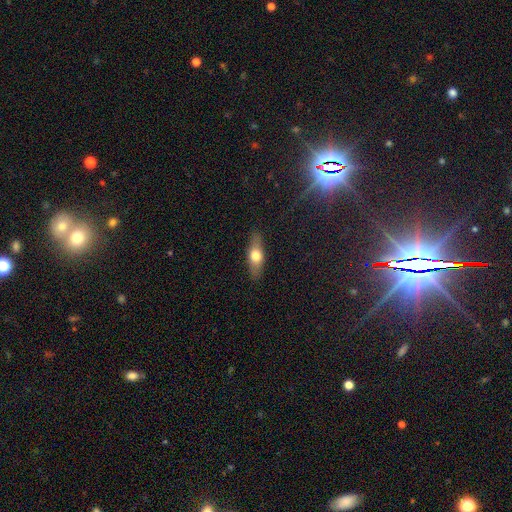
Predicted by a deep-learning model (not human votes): Overall: smooth (59%; featured or disk 34%). How rounded: in between (55%; cigar-shaped 41%). Merging: none (87%).